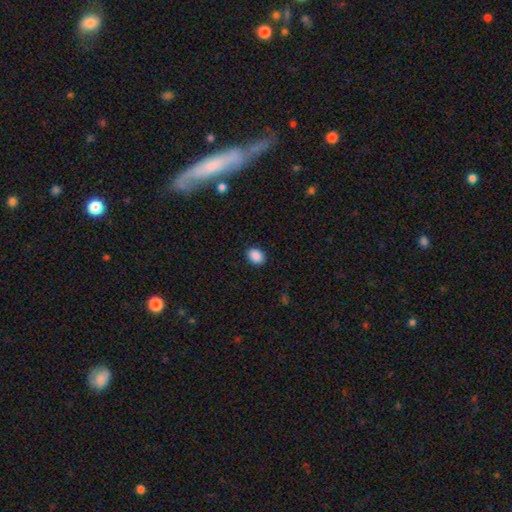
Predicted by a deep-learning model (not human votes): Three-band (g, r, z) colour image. It shows a smooth galaxy with no disk features (89%) that is in between round and cigar-shaped (68%). Merging: none (90%).